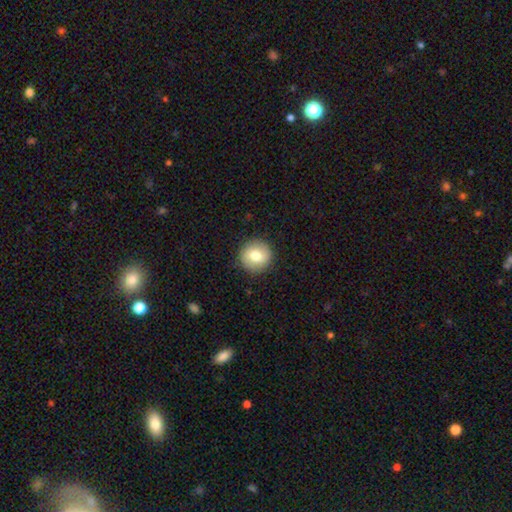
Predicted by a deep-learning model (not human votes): This is likely a smooth galaxy (76%). How rounded: clearly round (94%). Merging: clearly none (91%).